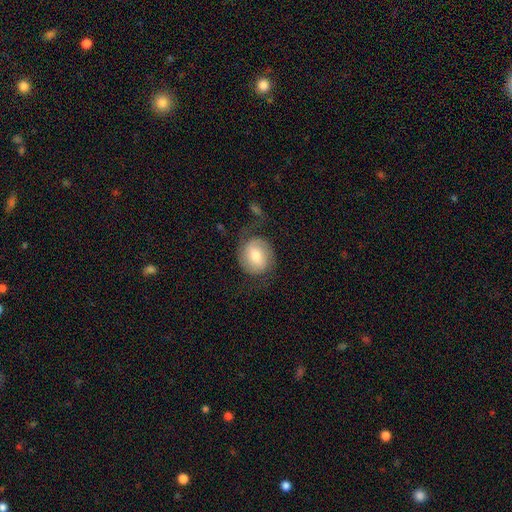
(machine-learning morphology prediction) featured or disk 57%, smooth 36%, star or artifact 7%. Down the decision tree: edge-on disk — no (97%); bar — no (43%, tied with weak); spiral arms — yes (88%); bulge size — moderate (66%); merging — none (63%).